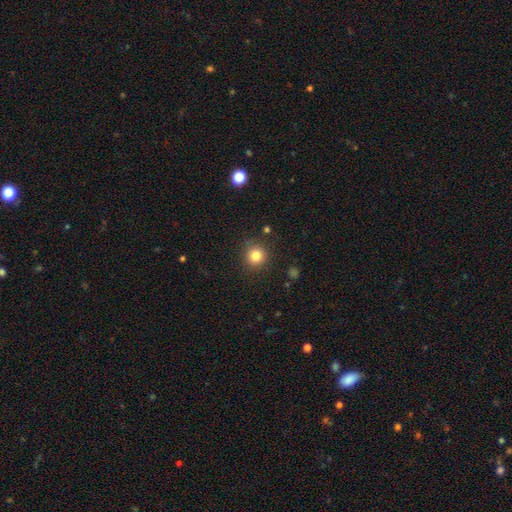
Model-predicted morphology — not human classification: Smooth or featured: smooth — 81% (star or artifact — 13%)
How rounded: round — 93% (in between — 6%)
Merging: none — 88% (minor disturbance — 8%)